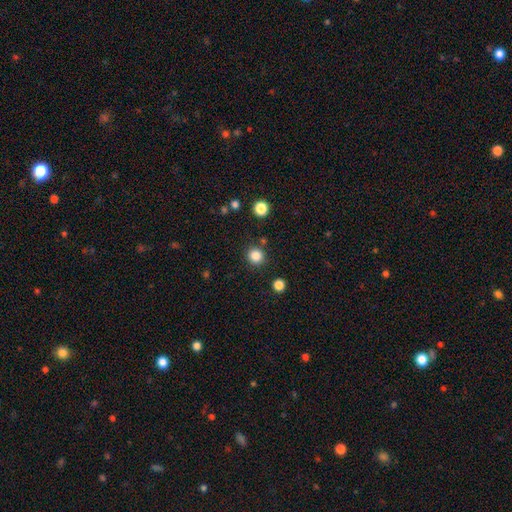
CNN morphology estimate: smooth-or-featured: smooth: 84% | star or artifact: 12% | featured or disk: 4%
  how-rounded: round: 93% | in between: 6% | cigar-shaped: 1%
  merging: none: 87% | minor disturbance: 7% | merger: 4% | major disturbance: 2%